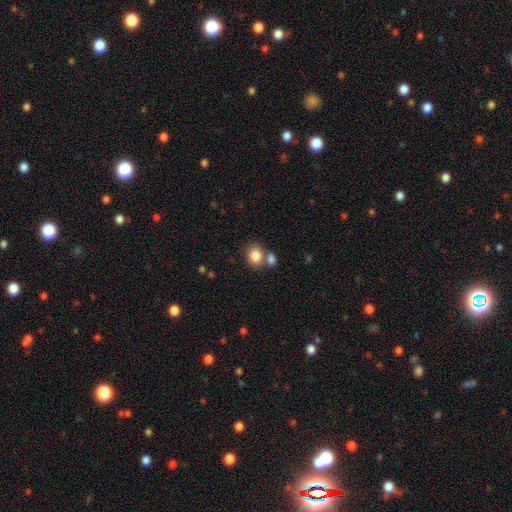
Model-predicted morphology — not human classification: This is clearly a smooth galaxy (84%). How rounded: possibly round (55%). Merging: possibly none (57%).